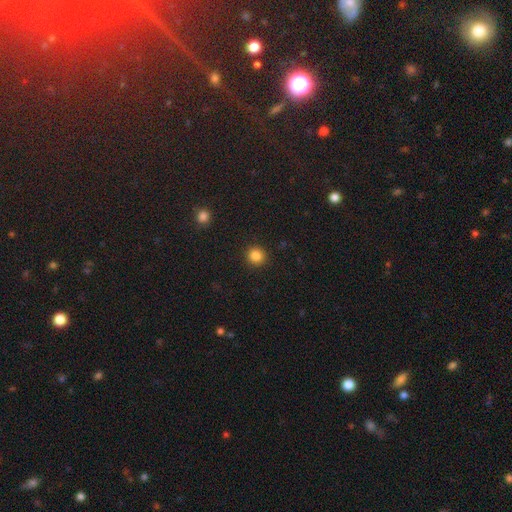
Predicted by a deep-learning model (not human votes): The model was most divided on "smooth or featured": smooth: 85%, star or artifact: 11%, featured or disk: 4%. More confident: how rounded — round (92%); merging — none (92%).